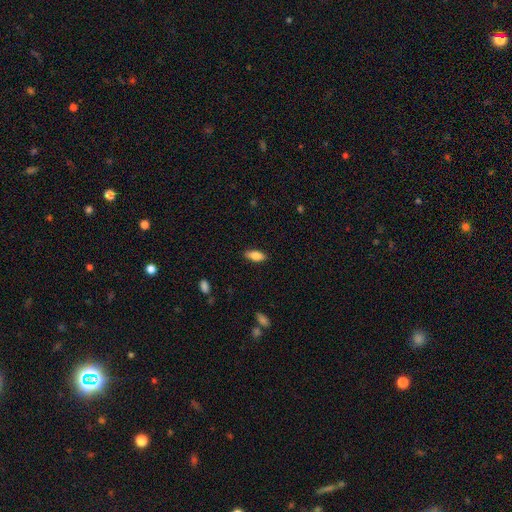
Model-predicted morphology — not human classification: smooth-or-featured: smooth: 83% | featured or disk: 10% | star or artifact: 7%
  how-rounded: in between: 81% | cigar-shaped: 16% | round: 2%
  merging: none: 87% | minor disturbance: 10% | major disturbance: 2% | merger: 1%